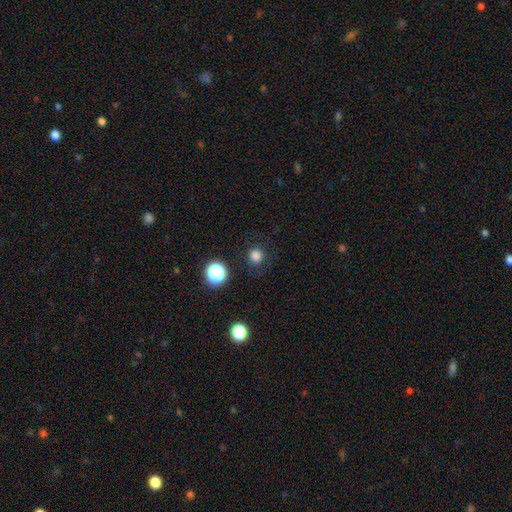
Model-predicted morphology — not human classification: Overall: smooth (80%). How rounded: round (89%). Merging: none (84%).